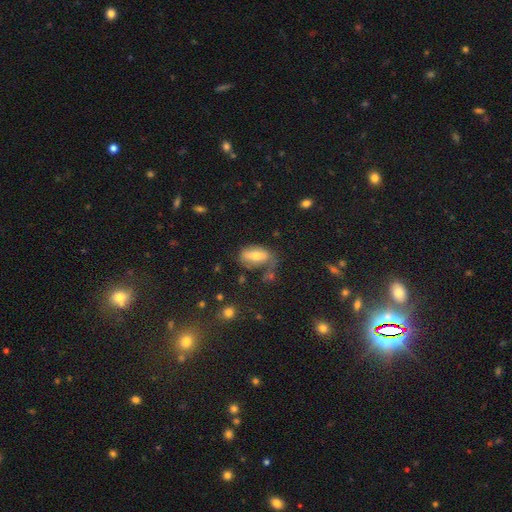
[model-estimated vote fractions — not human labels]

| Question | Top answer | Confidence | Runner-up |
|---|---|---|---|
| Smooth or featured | smooth | 59% | featured or disk (31%) |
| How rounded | in between | 84% | cigar-shaped (10%) |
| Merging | none | 49% | minor disturbance (25%) |